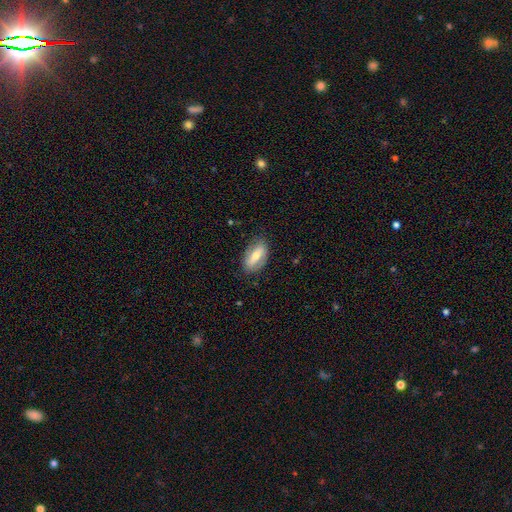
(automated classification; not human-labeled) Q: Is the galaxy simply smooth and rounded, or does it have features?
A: smooth — 50%.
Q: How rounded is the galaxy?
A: in between — 86%.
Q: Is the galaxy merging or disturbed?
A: none — 79%.